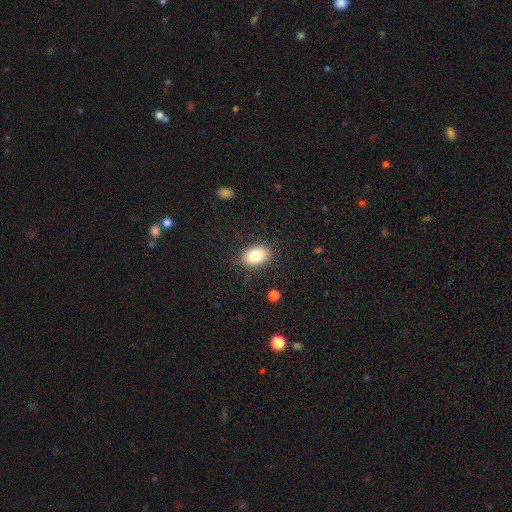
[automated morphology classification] This appears to be a smooth galaxy with no disk features (81%) that is in between round and cigar-shaped (85%). Merging: none (85%).